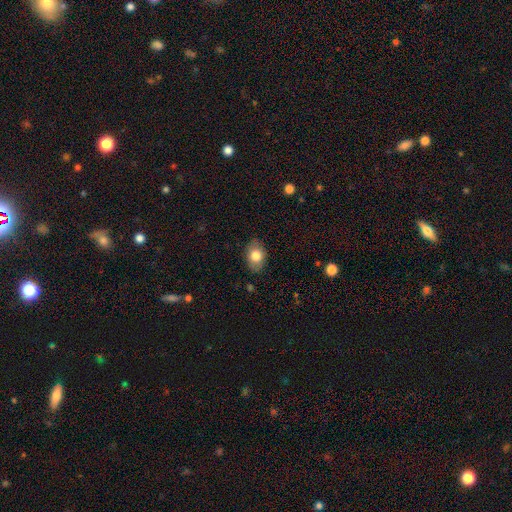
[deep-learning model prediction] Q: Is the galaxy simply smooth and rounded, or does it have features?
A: smooth — 78%.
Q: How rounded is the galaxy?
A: in between — 78%.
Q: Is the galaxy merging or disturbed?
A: none — 83%.